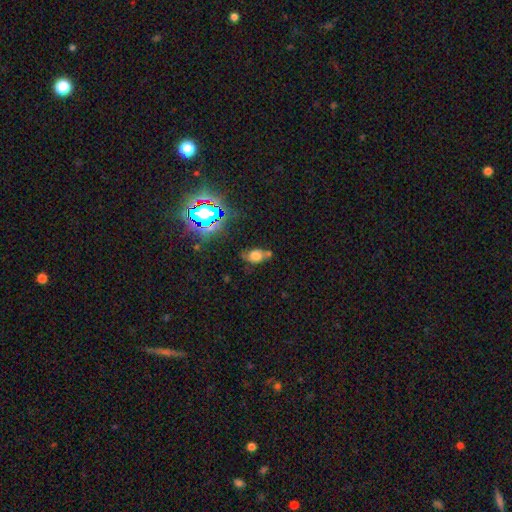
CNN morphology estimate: type=smooth (54%); roundness=in between (78%); merging=none (49%).